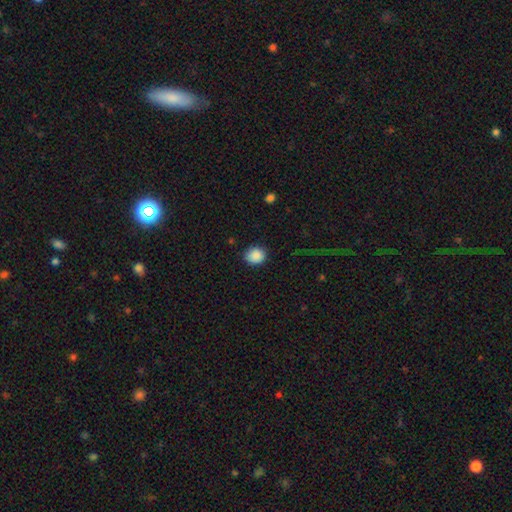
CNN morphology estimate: Overall: smooth (88%). How rounded: round (78%). Merging: none (87%).